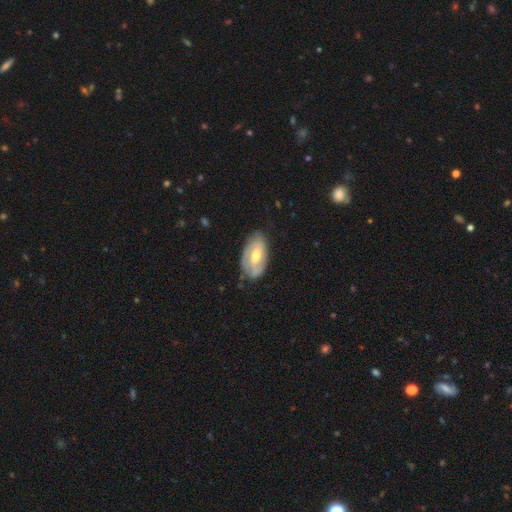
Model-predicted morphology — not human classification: A featured or disk galaxy (57%) with a weak bar (44%), spiral arms (65%) and a moderate central bulge (69%). Merging: none (70%).